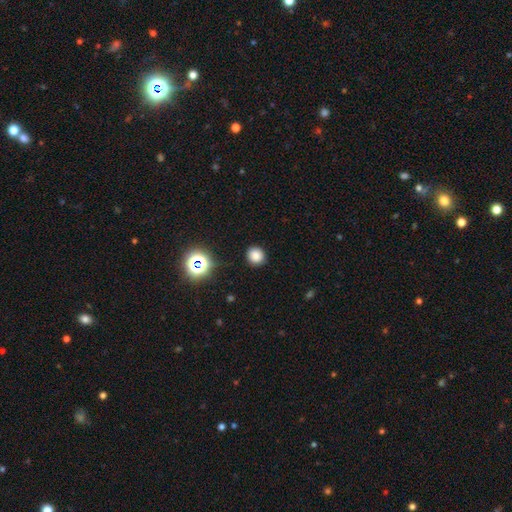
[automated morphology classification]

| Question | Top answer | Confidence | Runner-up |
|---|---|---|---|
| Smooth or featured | smooth | 80% | star or artifact (16%) |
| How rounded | round | 89% | in between (10%) |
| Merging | none | 89% | minor disturbance (7%) |